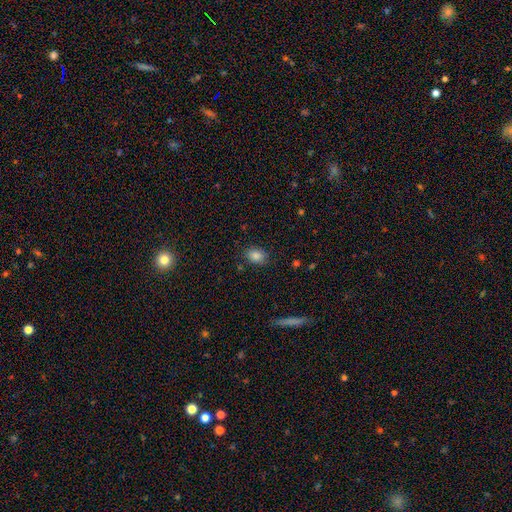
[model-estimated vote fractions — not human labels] This appears to be a smooth galaxy with no disk features (84%) that is in between round and cigar-shaped (72%). Merging: none (81%).